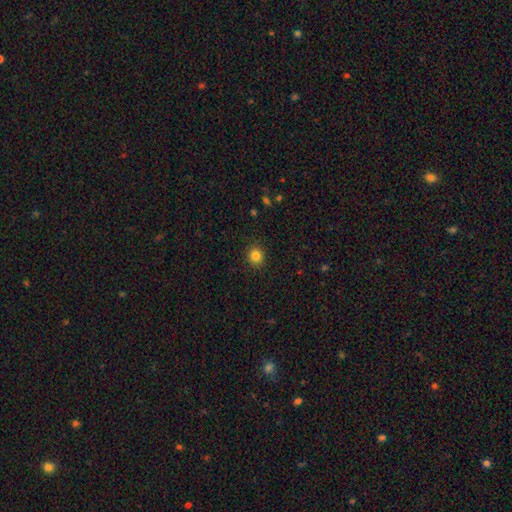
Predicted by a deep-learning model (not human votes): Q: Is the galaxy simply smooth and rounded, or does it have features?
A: smooth — 84%.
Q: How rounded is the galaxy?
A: round — 86%.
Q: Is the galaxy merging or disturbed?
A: none — 91%.